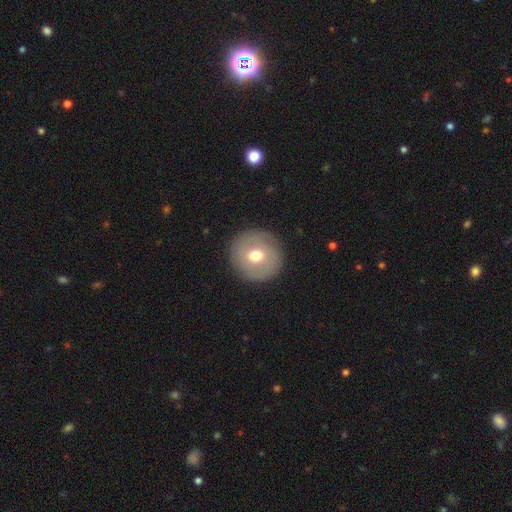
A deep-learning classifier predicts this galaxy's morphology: Overall: smooth (60%; featured or disk 32%). How rounded: round (91%). Merging: none (88%).